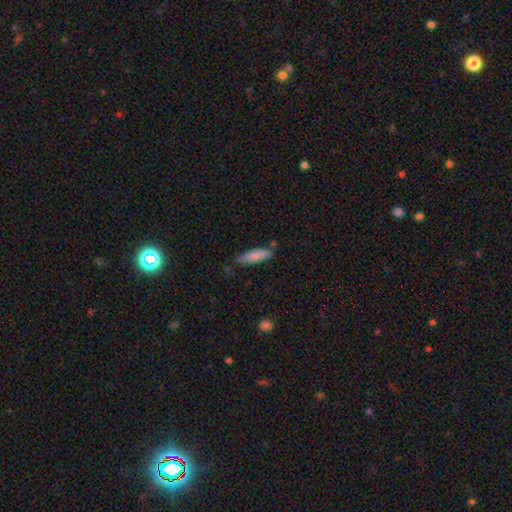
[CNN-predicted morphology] A smooth galaxy with no disk features (83%) that is cigar-shaped (54%). Merging: none (71%).